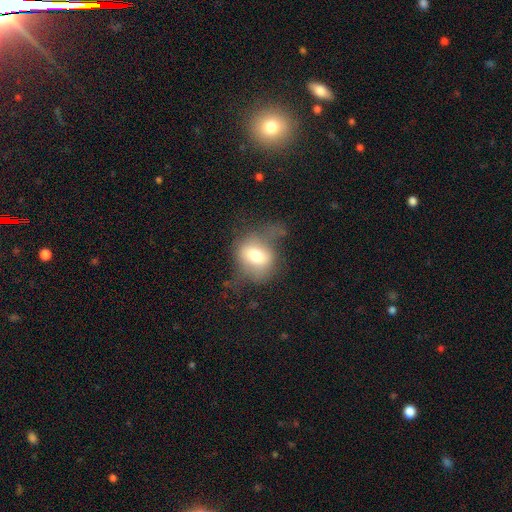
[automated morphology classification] smooth 62%, featured or disk 29%, star or artifact 10%. Down the decision tree: how rounded — round (50%); merging — none (42%).